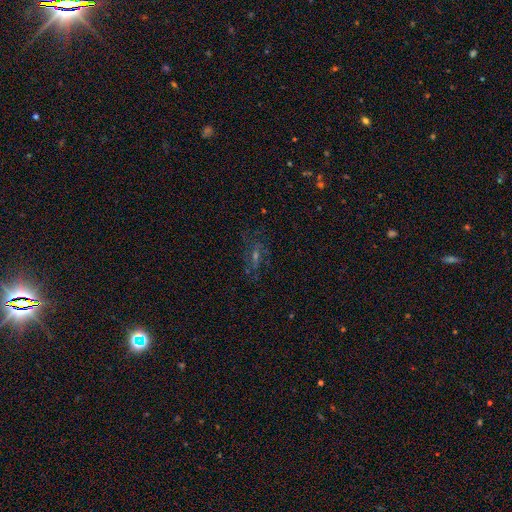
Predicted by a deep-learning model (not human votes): The model was most divided on "smooth or featured": featured or disk: 46%, star or artifact: 31%, smooth: 22%. More confident: merging — none (70%).